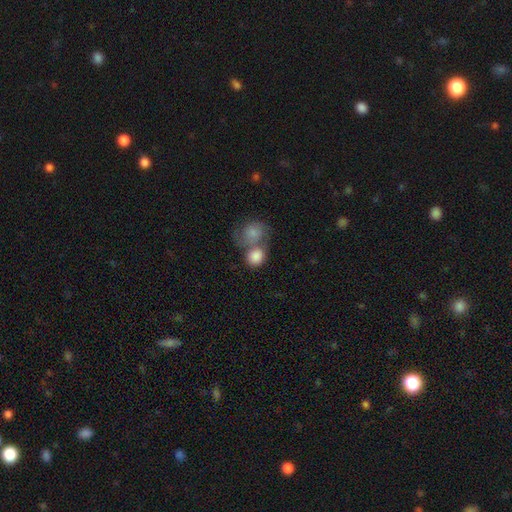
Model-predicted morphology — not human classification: A smooth galaxy with no disk features (82%) that is round (66%).

Vote fractions:
- Smooth or featured? smooth: 82% / featured or disk: 12% / star or artifact: 7%
- How rounded? round: 66% / in between: 33% / cigar-shaped: 1%
- Merging? merger: 61% / none: 25% / minor disturbance: 9% / major disturbance: 6%